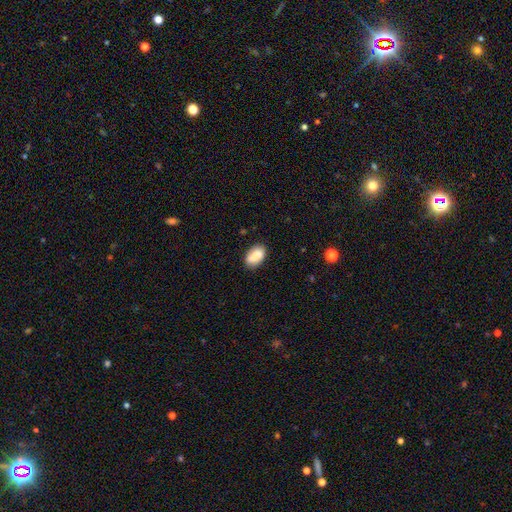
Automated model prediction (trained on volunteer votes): smooth 85%, star or artifact 8%, featured or disk 7%. Down the decision tree: how rounded — in between (91%); merging — none (77%).